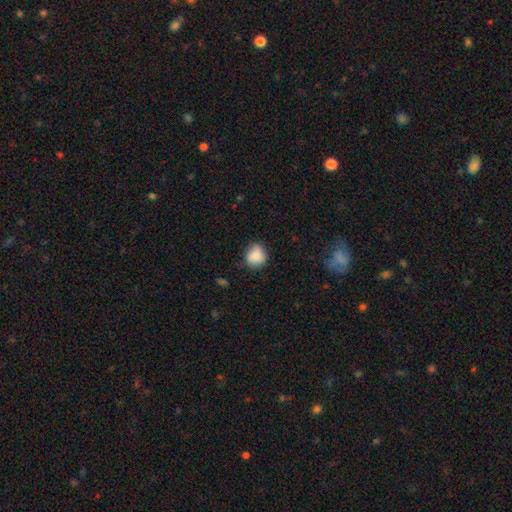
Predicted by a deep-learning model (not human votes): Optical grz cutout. It shows a smooth galaxy with no disk features (86%) that is round (79%). Merging: none (73%).